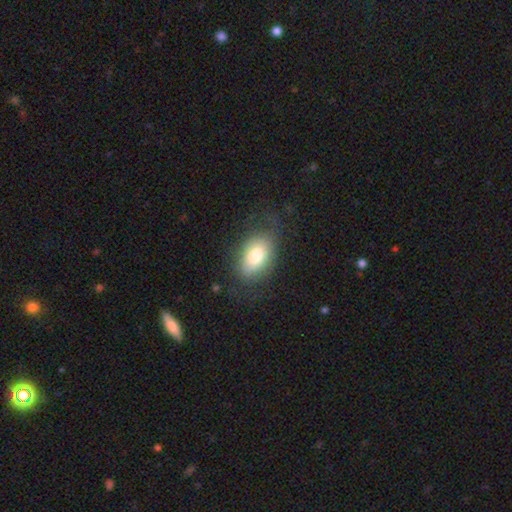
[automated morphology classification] A smooth galaxy with no disk features (76%) that is in between round and cigar-shaped (87%). Merging: none (69%).